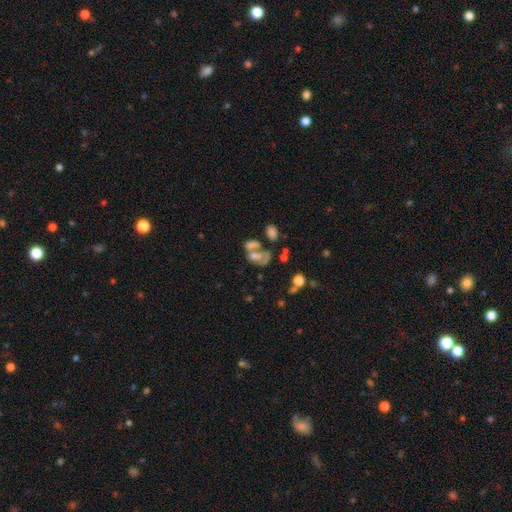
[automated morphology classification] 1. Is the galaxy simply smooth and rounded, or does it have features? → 42% featured or disk, 41% smooth, 17% star or artifact.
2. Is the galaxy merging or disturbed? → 50% merger, 21% none, 18% major disturbance, 11% minor disturbance.